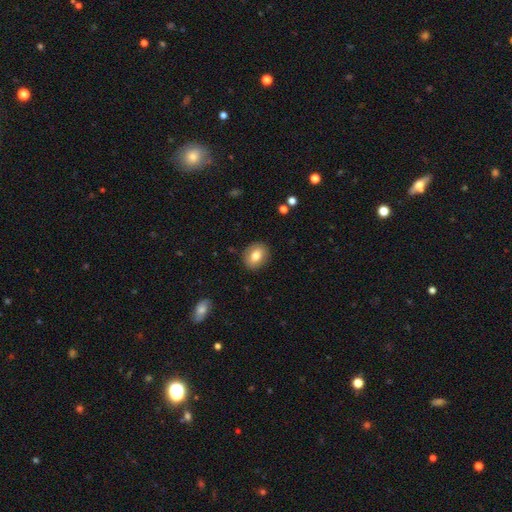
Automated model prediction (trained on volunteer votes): smooth-or-featured: smooth: 79% | featured or disk: 13% | star or artifact: 8%
  how-rounded: in between: 53% | round: 46% | cigar-shaped: 1%
  merging: none: 88% | minor disturbance: 9% | major disturbance: 2% | merger: 1%